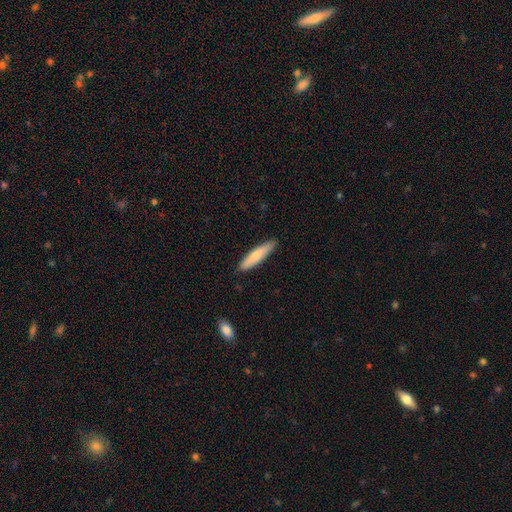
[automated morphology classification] Q: Smooth or featured?
A: smooth (71%); runner-up: featured or disk (24%)
Q: How rounded?
A: cigar-shaped (80%); runner-up: in between (19%)
Q: Merging?
A: none (87%); runner-up: minor disturbance (10%)